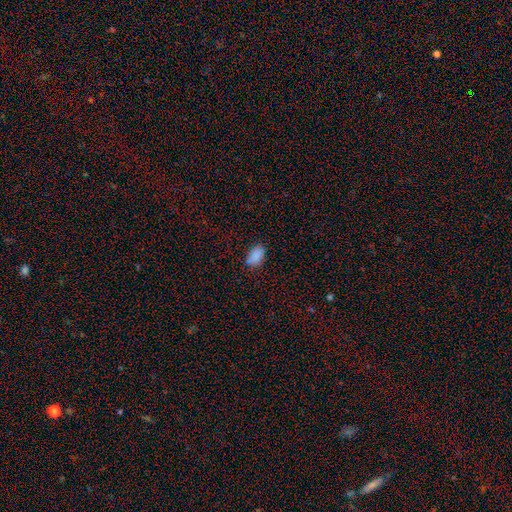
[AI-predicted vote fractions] The model was most divided on "merging": none: 78%, minor disturbance: 17%, major disturbance: 4%, merger: 2%. More confident: how rounded — in between (91%); smooth or featured — smooth (86%).